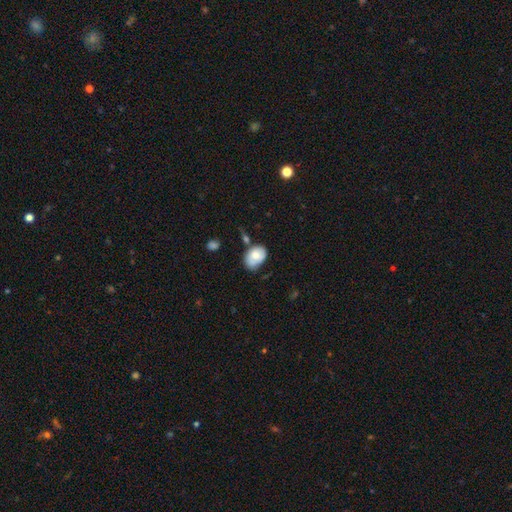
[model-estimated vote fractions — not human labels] A smooth galaxy with no disk features (68%) that is in between round and cigar-shaped (77%).

Vote fractions:
- Smooth or featured? smooth: 68% / featured or disk: 25% / star or artifact: 7%
- How rounded? in between: 77% / round: 22% / cigar-shaped: 1%
- Merging? none: 52% / minor disturbance: 30% / merger: 11% / major disturbance: 8%